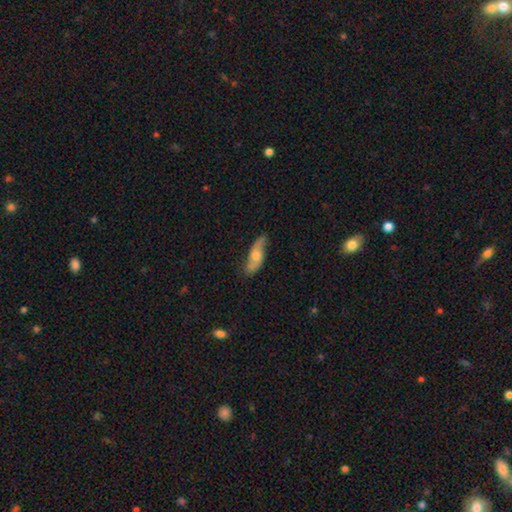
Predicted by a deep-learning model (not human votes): This appears to be a featured or disk galaxy (51%). Merging: none (72%).